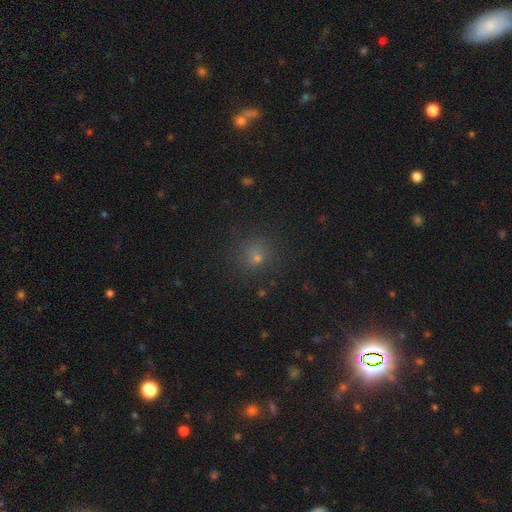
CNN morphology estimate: Overall: smooth (66%). How rounded: round (84%). Merging: none (79%).